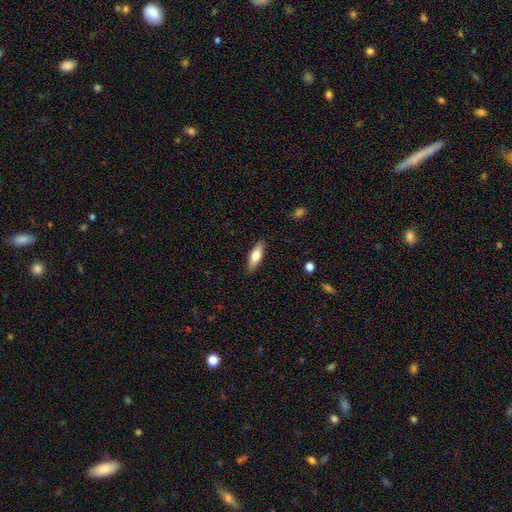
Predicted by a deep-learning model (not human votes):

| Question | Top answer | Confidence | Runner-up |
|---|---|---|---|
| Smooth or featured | smooth | 69% | featured or disk (25%) |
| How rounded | in between | 52% | cigar-shaped (46%) |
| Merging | none | 88% | minor disturbance (9%) |